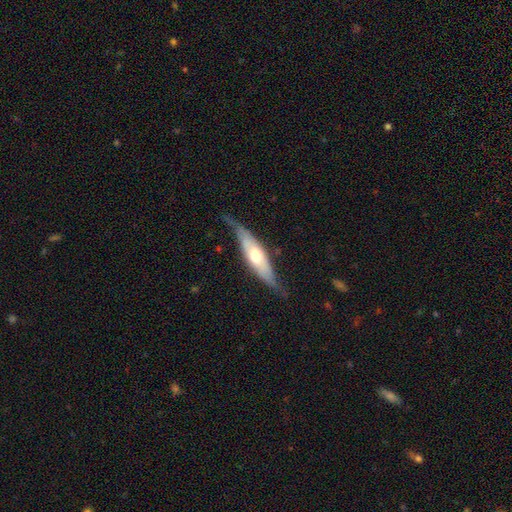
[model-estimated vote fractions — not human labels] This appears to be a featured or disk galaxy (61%) viewed edge-on (66%). Merging: none (62%).